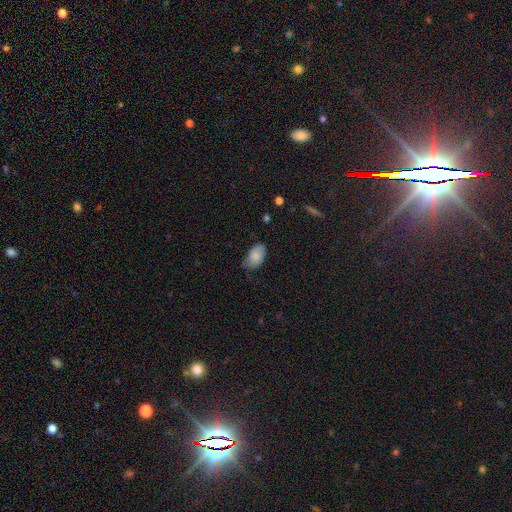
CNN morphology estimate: This is clearly a smooth galaxy (85%). How rounded: clearly in between (93%). Merging: likely none (64%).